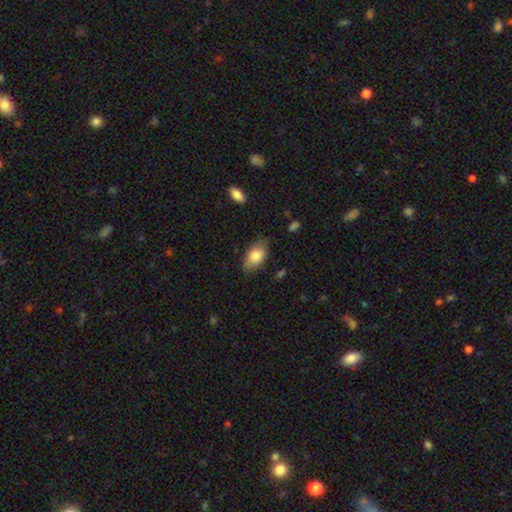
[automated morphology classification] Smooth or featured? Predicted: smooth (p=0.80). How rounded? Predicted: in between (p=0.91). Merging? Predicted: none (p=0.75).